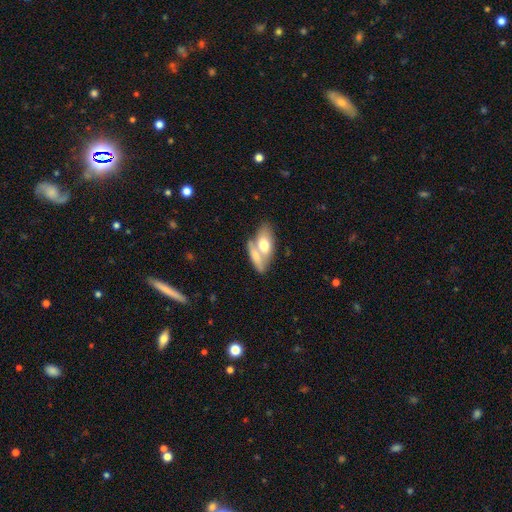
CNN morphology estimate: Smooth or featured? smooth (65%)
How rounded? in between (77%)
Merging? merger (54%)